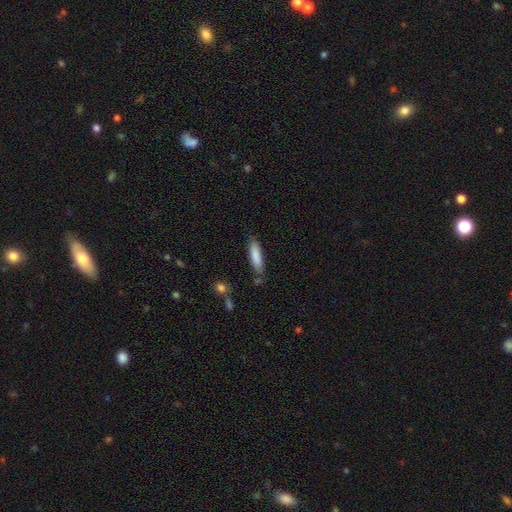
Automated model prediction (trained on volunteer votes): A smooth galaxy with no disk features (85%) that is cigar-shaped (68%).

Vote fractions:
- Smooth or featured? smooth: 85% / featured or disk: 9% / star or artifact: 6%
- How rounded? cigar-shaped: 68% / in between: 30% / round: 1%
- Merging? none: 78% / minor disturbance: 15% / merger: 3% / major disturbance: 3%